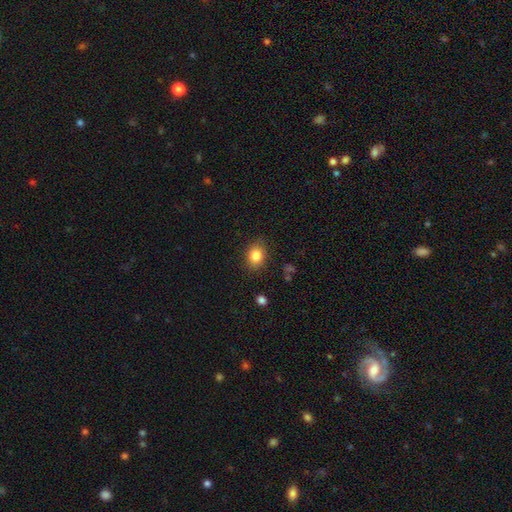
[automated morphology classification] A smooth galaxy with no disk features (84%) that is in between round and cigar-shaped (51%). Merging: none (84%).